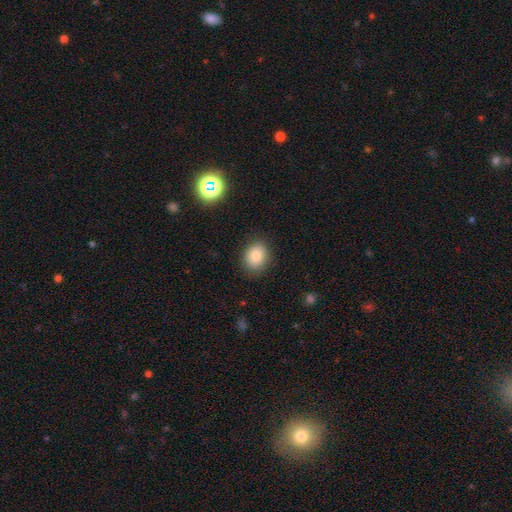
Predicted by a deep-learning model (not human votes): Q: Smooth or featured?
A: smooth (82%); runner-up: star or artifact (11%)
Q: How rounded?
A: round (54%); runner-up: in between (45%)
Q: Merging?
A: none (84%); runner-up: minor disturbance (12%)